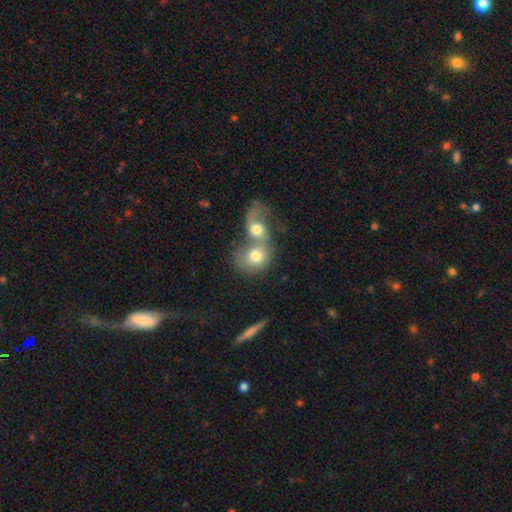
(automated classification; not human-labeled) Q: Smooth or featured?
A: smooth (66%); runner-up: featured or disk (25%)
Q: How rounded?
A: round (58%); runner-up: in between (40%)
Q: Merging?
A: merger (74%); runner-up: none (16%)